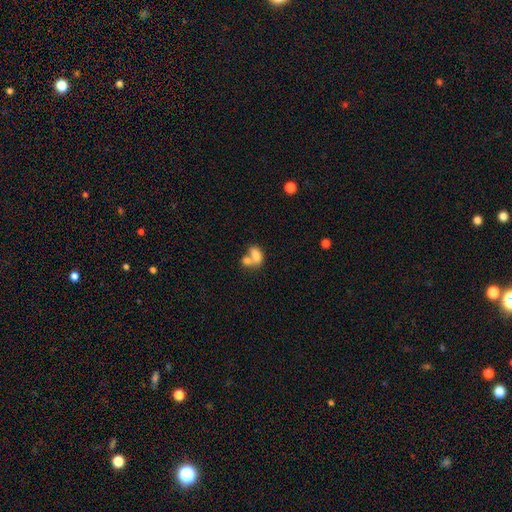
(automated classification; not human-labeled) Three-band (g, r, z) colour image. It shows a smooth galaxy with no disk features (75%) that is in between round and cigar-shaped (85%). Merging: merger (64%).